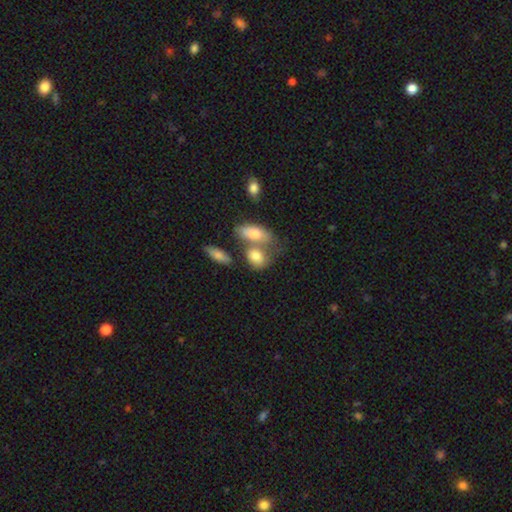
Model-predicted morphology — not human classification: A smooth galaxy with no disk features (77%) that is in between round and cigar-shaped (73%). Merging: merger (46%).